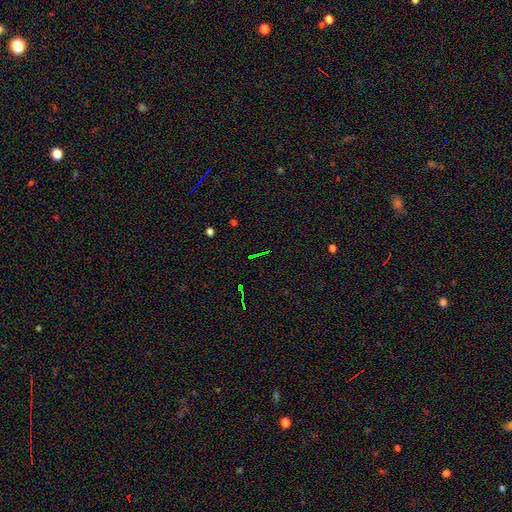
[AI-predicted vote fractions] smooth_or_featured: star or artifact (p=0.76) [alt: smooth p=0.13]